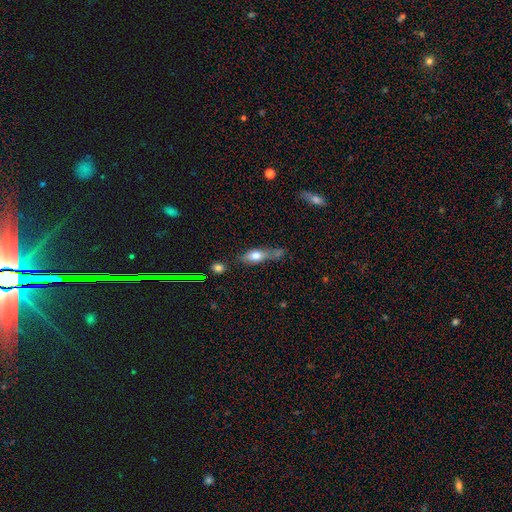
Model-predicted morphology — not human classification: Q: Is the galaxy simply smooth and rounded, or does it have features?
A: smooth — 66%.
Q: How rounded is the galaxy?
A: in between — 61%.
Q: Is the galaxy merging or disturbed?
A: none — 36%.